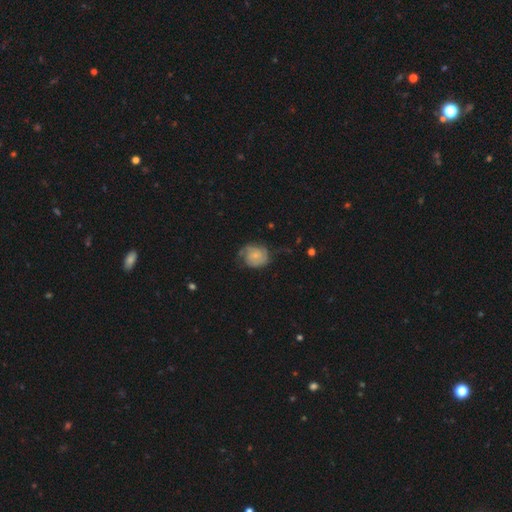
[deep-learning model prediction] The model was most divided on "smooth or featured": featured or disk: 55%, smooth: 37%, star or artifact: 8%. More confident: edge-on disk — no (98%); spiral arms — yes (86%); bar — no (77%); bulge size — small (69%); merging — none (54%).